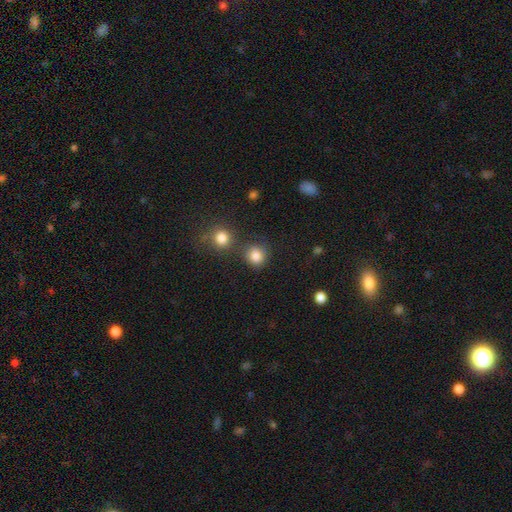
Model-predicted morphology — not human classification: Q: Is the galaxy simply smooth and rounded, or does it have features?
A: smooth — 84%.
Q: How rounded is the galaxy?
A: round — 86%.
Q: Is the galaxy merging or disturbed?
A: none — 71%.